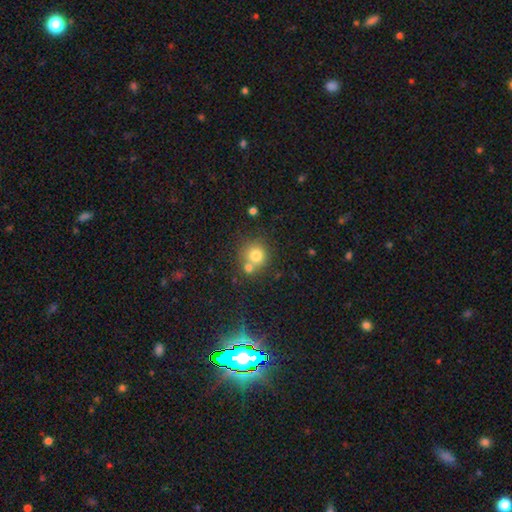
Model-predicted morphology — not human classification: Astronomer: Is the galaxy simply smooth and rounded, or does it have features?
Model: smooth — 76%.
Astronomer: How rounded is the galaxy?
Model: round — 89%.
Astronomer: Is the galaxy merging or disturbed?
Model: none — 55% (runner-up: merger, 33%).